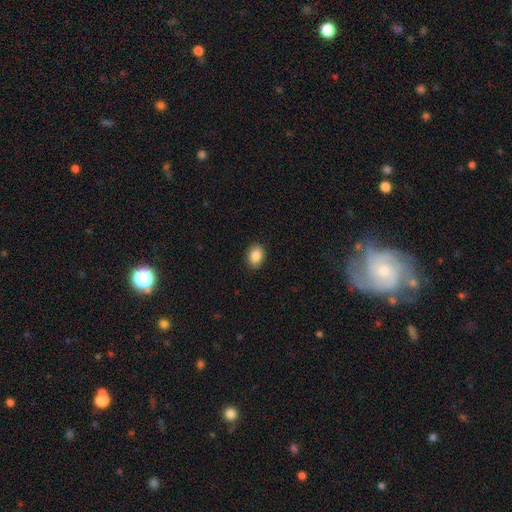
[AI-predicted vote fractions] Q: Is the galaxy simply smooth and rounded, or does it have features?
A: smooth — 88%.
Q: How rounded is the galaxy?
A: in between — 69%.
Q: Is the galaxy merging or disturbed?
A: none — 89%.